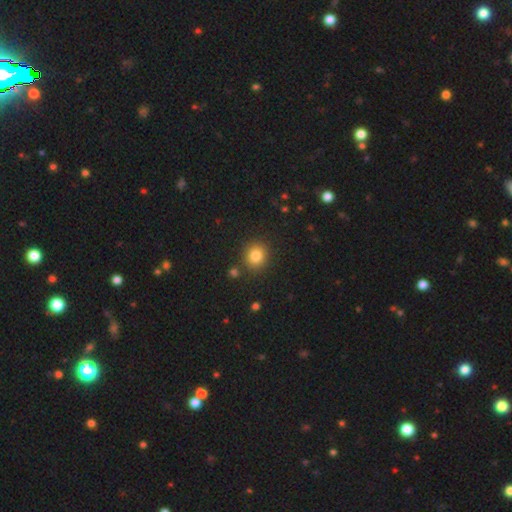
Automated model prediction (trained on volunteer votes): This is clearly a smooth galaxy (82%). How rounded: clearly round (80%). Merging: clearly none (86%).